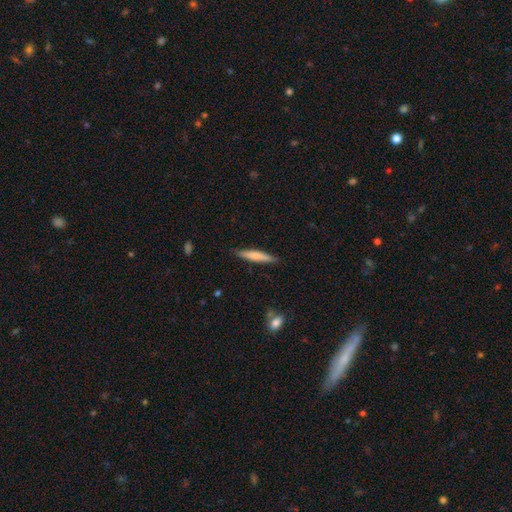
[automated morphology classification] type=smooth (67%); roundness=cigar-shaped (90%); merging=none (87%).